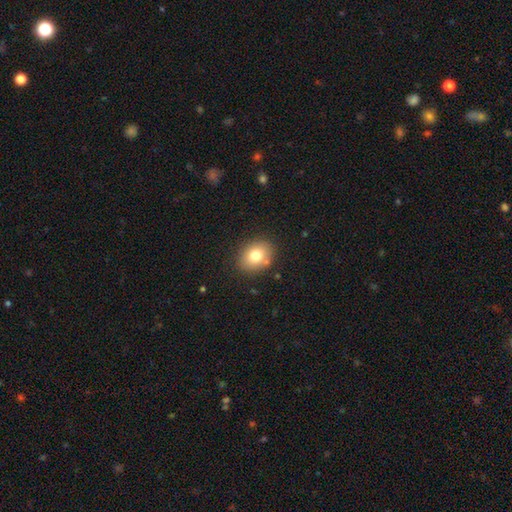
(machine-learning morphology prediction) type=smooth (77%); roundness=in between (53%); merging=none (82%).